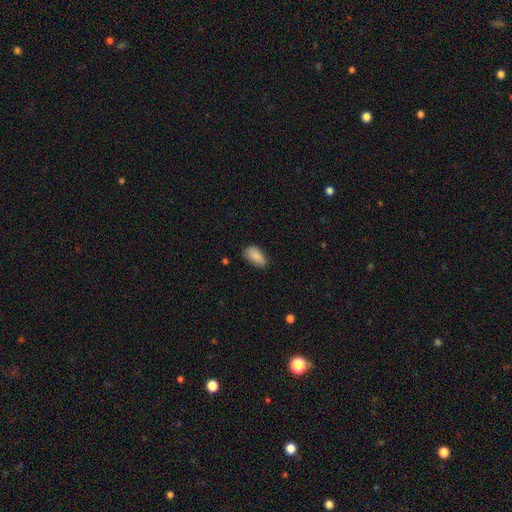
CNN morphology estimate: smooth 87%, star or artifact 7%, featured or disk 6%. Down the decision tree: how rounded — in between (92%); merging — none (71%).